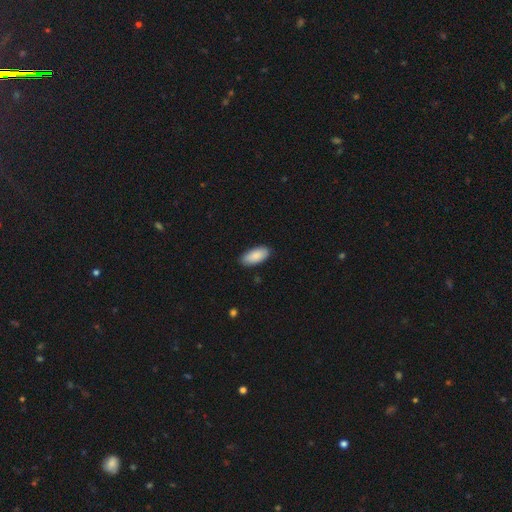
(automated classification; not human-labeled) Overall: smooth (90%). How rounded: in between (90%). Merging: none (88%).